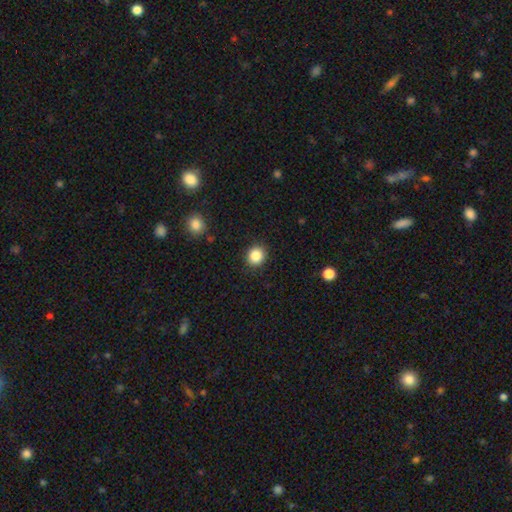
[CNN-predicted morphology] smooth_or_featured: smooth (p=0.87) [alt: star or artifact p=0.10]
how_rounded: round (p=0.82) [alt: in between p=0.17]
merging: none (p=0.90) [alt: minor disturbance p=0.07]